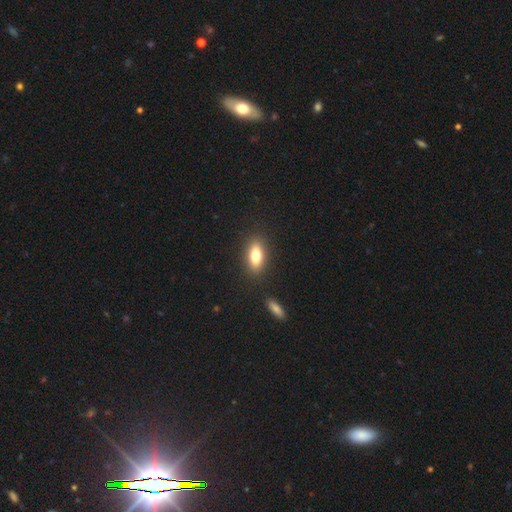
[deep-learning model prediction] Q: Smooth or featured?
A: smooth (74%); runner-up: featured or disk (18%)
Q: How rounded?
A: in between (78%); runner-up: cigar-shaped (17%)
Q: Merging?
A: none (87%); runner-up: minor disturbance (8%)